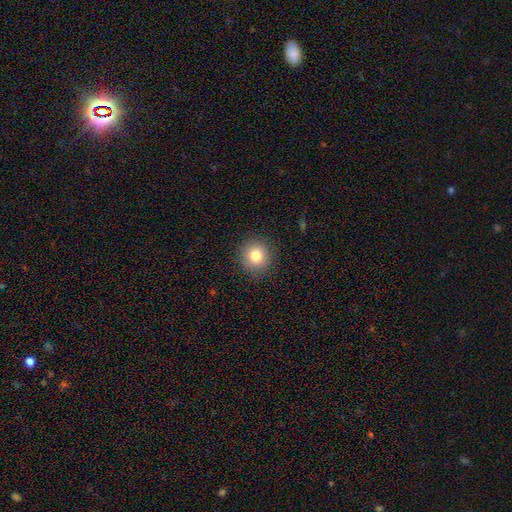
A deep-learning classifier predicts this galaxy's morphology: type=smooth (82%); roundness=round (92%); merging=none (90%).